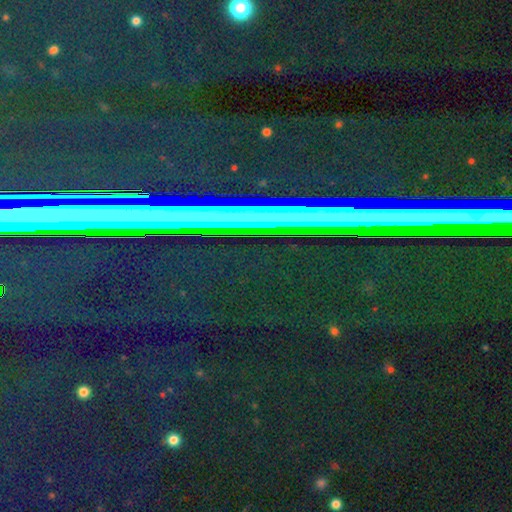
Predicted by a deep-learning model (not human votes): Q: Smooth or featured?
A: star or artifact (74%); runner-up: featured or disk (14%)